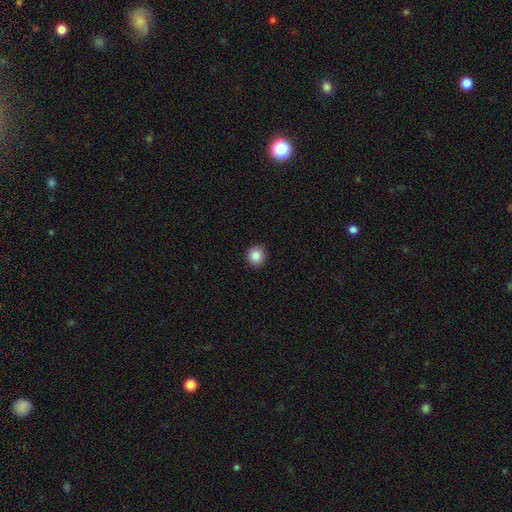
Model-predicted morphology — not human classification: smooth-or-featured: smooth: 86% | star or artifact: 10% | featured or disk: 4%
  how-rounded: round: 94% | in between: 5% | cigar-shaped: 1%
  merging: none: 92% | minor disturbance: 5% | major disturbance: 2% | merger: 1%